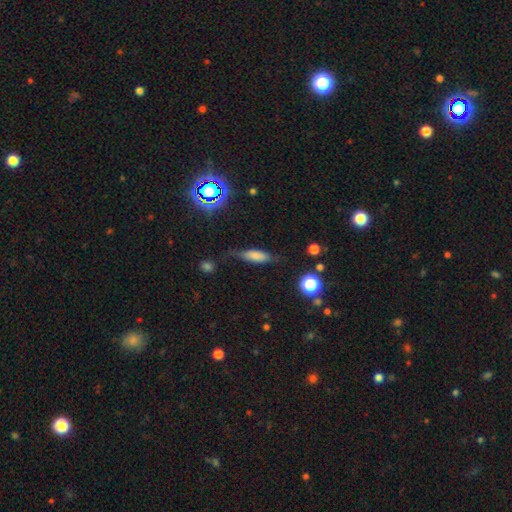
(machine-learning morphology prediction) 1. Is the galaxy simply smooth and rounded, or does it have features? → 70% smooth, 20% featured or disk, 11% star or artifact.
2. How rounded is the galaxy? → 49% in between, 48% cigar-shaped, 3% round.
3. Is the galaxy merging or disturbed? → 65% none, 25% minor disturbance, 8% major disturbance, 3% merger.